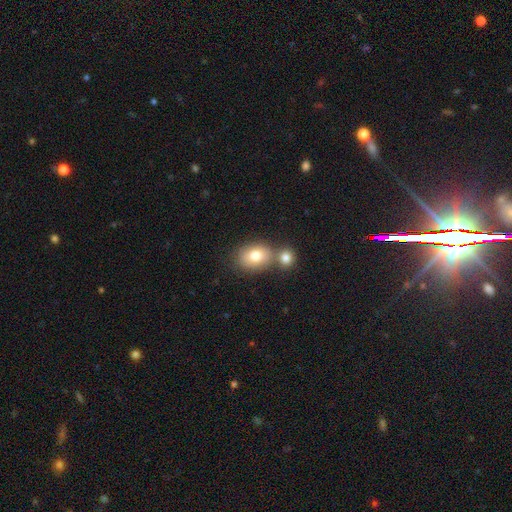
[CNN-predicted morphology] smooth-or-featured: smooth: 78% | featured or disk: 13% | star or artifact: 9%
  how-rounded: in between: 62% | round: 37% | cigar-shaped: 1%
  merging: none: 48% | merger: 39% | minor disturbance: 11% | major disturbance: 3%